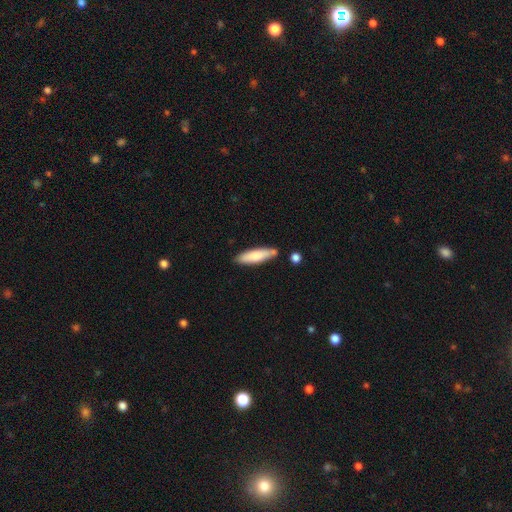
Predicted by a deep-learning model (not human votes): Smooth or featured: smooth — 76% (featured or disk — 18%)
How rounded: cigar-shaped — 65% (in between — 33%)
Merging: none — 73% (minor disturbance — 15%)